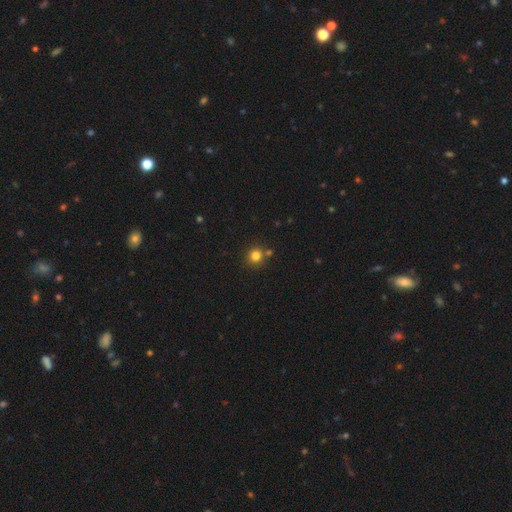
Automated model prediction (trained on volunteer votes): Smooth or featured?
  - smooth: 81% *
  - star or artifact: 13%
  - featured or disk: 6%
How rounded?
  - round: 90% *
  - in between: 9%
  - cigar-shaped: 1%
Merging?
  - none: 78% *
  - merger: 12%
  - minor disturbance: 8%
  - major disturbance: 2%